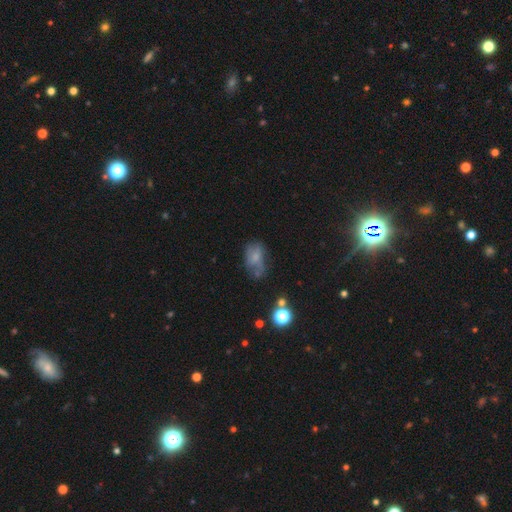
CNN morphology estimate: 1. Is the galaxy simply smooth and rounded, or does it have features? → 44% smooth, 28% featured or disk, 27% star or artifact.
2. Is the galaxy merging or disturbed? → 45% none, 29% minor disturbance, 19% major disturbance, 7% merger.